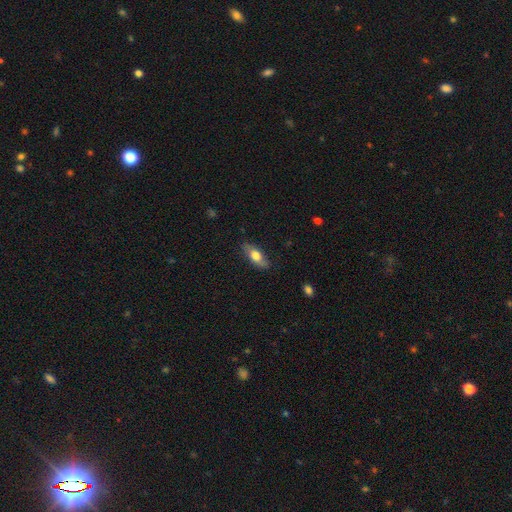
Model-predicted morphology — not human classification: smooth-or-featured: smooth: 65% | featured or disk: 28% | star or artifact: 6%
  how-rounded: in between: 75% | cigar-shaped: 21% | round: 4%
  merging: none: 81% | minor disturbance: 15% | major disturbance: 3% | merger: 1%